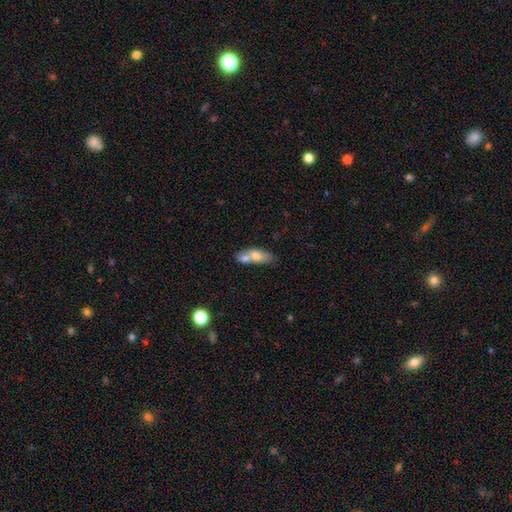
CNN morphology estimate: This appears to be a smooth galaxy with no disk features (67%) that is in between round and cigar-shaped (72%). Merging: merger (55%).